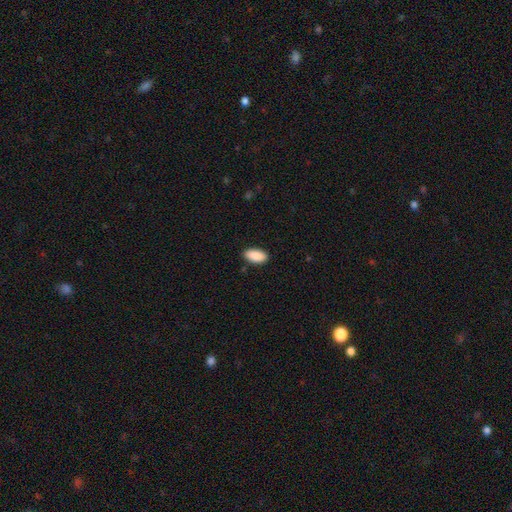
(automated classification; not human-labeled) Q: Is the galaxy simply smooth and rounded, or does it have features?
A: smooth — 90%.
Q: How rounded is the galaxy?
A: in between — 93%.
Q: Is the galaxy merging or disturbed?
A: none — 88%.